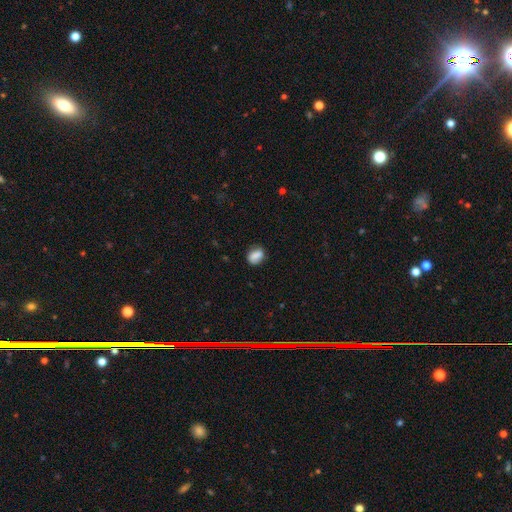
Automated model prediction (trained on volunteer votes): smooth-or-featured: smooth: 79% | featured or disk: 13% | star or artifact: 9%
  how-rounded: in between: 61% | round: 36% | cigar-shaped: 3%
  merging: none: 72% | minor disturbance: 19% | major disturbance: 5% | merger: 4%